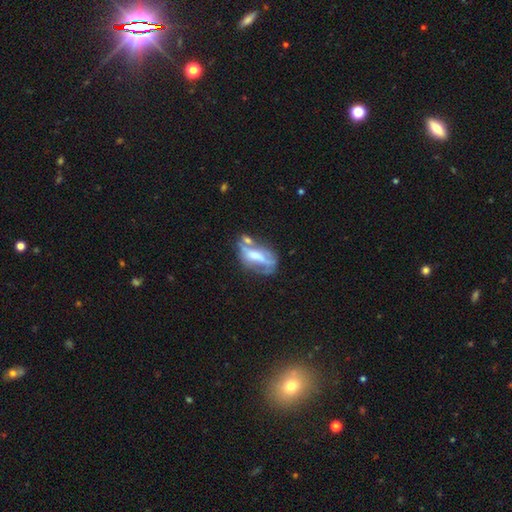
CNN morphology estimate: smooth_or_featured: featured or disk (p=0.53) [alt: smooth p=0.38]
disk_edge_on: no (p=0.87) [alt: yes p=0.13]
merging: none (p=0.31) [alt: merger p=0.24]